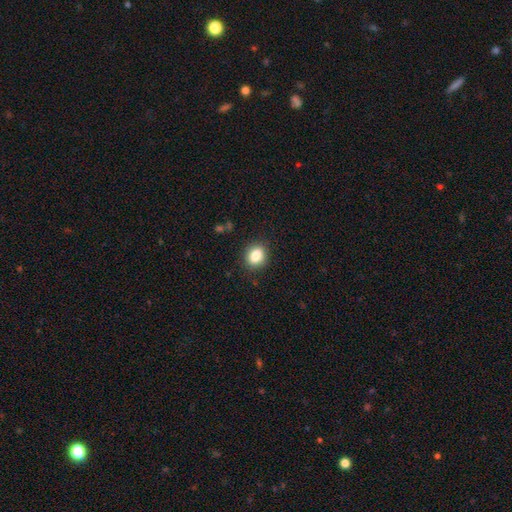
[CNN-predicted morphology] Smooth or featured?
  - smooth: 85% *
  - star or artifact: 9%
  - featured or disk: 6%
How rounded?
  - in between: 54% *
  - round: 45%
  - cigar-shaped: 1%
Merging?
  - none: 88% *
  - minor disturbance: 9%
  - major disturbance: 2%
  - merger: 1%